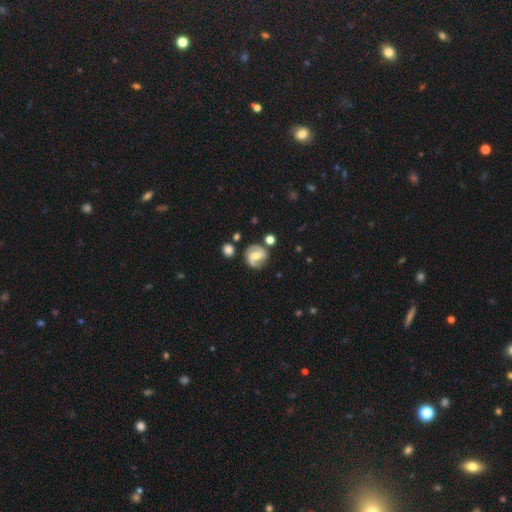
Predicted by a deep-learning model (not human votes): A featured or disk galaxy (80%) with a weak bar (44%), 2 (90%) medium (50%) spiral arms (93%) and a moderate central bulge (61%). Merging: none (78%).